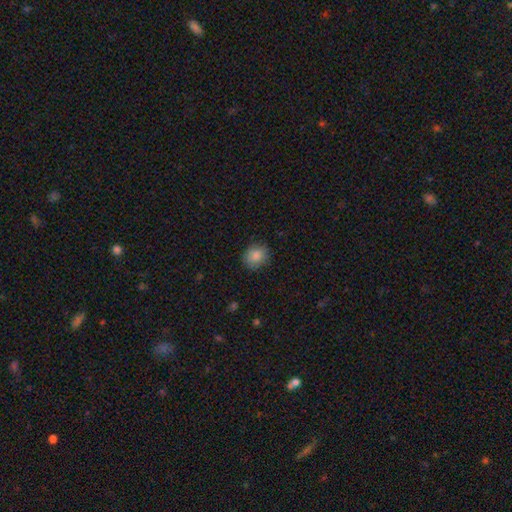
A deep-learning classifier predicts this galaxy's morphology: A smooth galaxy with no disk features (86%) that is round (75%).

Vote fractions:
- Smooth or featured? smooth: 86% / star or artifact: 9% / featured or disk: 5%
- How rounded? round: 75% / in between: 24% / cigar-shaped: 1%
- Merging? none: 86% / minor disturbance: 11% / major disturbance: 3% / merger: 1%